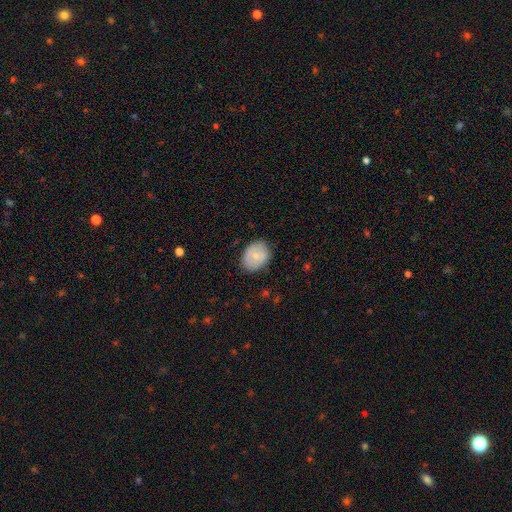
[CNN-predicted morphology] The model was most divided on "how rounded": in between: 57%, round: 42%, cigar-shaped: 1%. More confident: merging — none (78%); smooth or featured — smooth (65%).